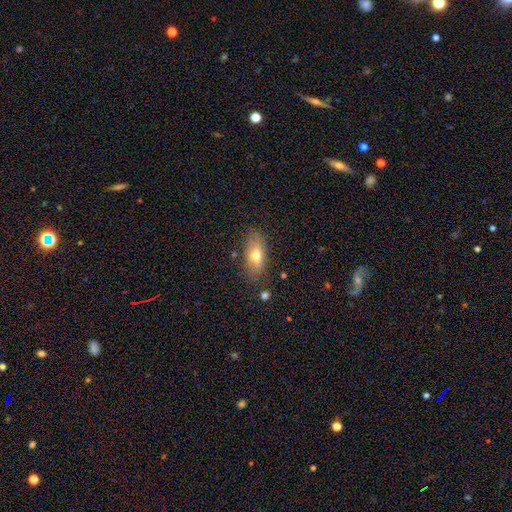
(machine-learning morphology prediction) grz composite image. It shows a smooth galaxy with no disk features (65%) that is in between round and cigar-shaped (80%). Merging: none (79%).